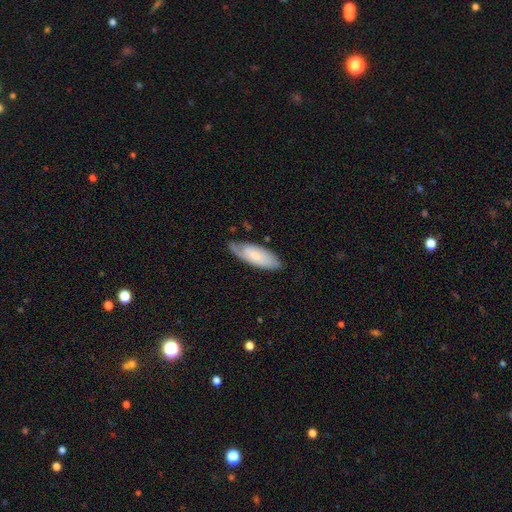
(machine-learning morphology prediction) A smooth galaxy with no disk features (58%) that is in between round and cigar-shaped (71%). Merging: none (66%).